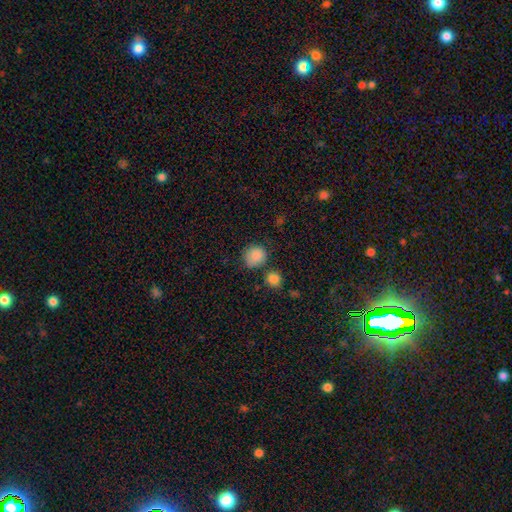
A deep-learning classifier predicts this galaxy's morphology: Smooth or featured?
  - smooth: 86% *
  - star or artifact: 9%
  - featured or disk: 5%
How rounded?
  - round: 85% *
  - in between: 14%
  - cigar-shaped: 1%
Merging?
  - none: 66% *
  - minor disturbance: 19%
  - merger: 10%
  - major disturbance: 6%